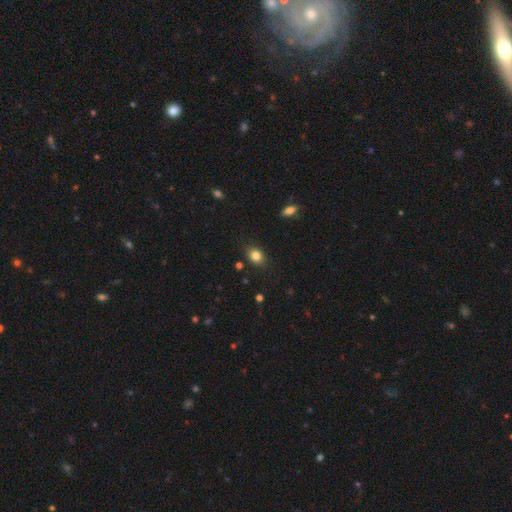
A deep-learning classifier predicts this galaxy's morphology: Q: Smooth or featured?
A: smooth (83%); runner-up: star or artifact (11%)
Q: How rounded?
A: in between (52%); runner-up: round (47%)
Q: Merging?
A: none (85%); runner-up: minor disturbance (11%)